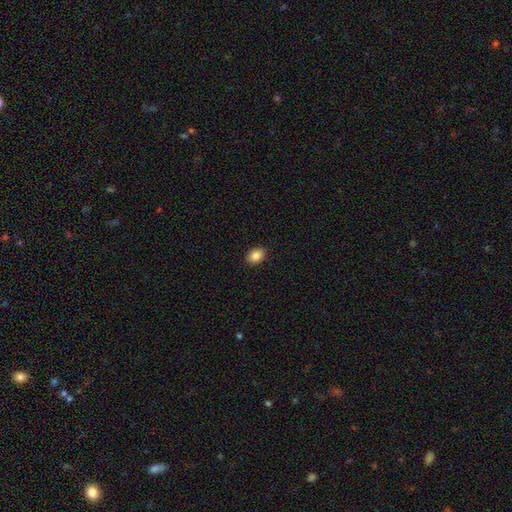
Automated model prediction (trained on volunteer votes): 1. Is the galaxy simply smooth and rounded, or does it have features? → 87% smooth, 9% star or artifact, 4% featured or disk.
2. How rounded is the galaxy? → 62% in between, 37% round, 1% cigar-shaped.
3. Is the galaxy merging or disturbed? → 90% none, 7% minor disturbance, 2% major disturbance, 1% merger.